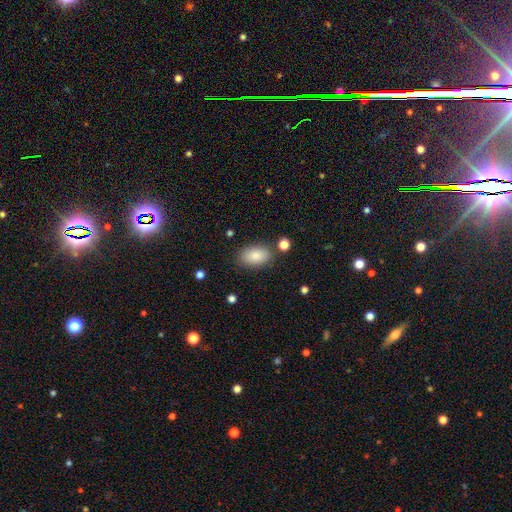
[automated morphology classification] Q: Smooth or featured?
A: smooth (85%); runner-up: star or artifact (7%)
Q: How rounded?
A: in between (91%); runner-up: round (7%)
Q: Merging?
A: none (81%); runner-up: minor disturbance (12%)